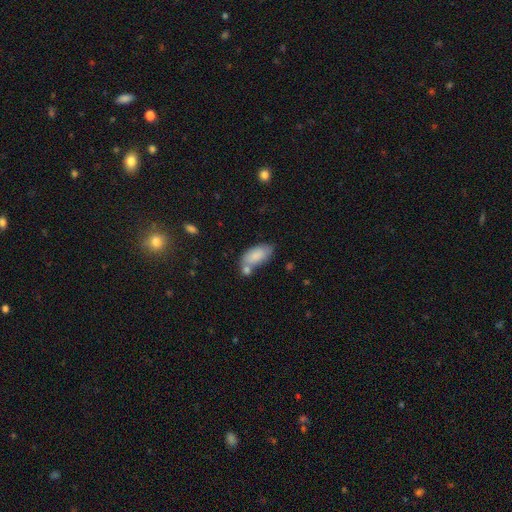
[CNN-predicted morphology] Smooth or featured?
  - smooth: 83% *
  - featured or disk: 11%
  - star or artifact: 6%
How rounded?
  - in between: 91% *
  - cigar-shaped: 7%
  - round: 2%
Merging?
  - none: 47% *
  - merger: 28%
  - minor disturbance: 19%
  - major disturbance: 6%